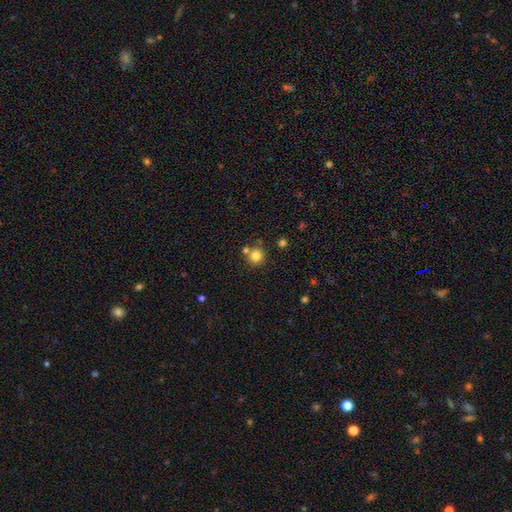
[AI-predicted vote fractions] Smooth or featured? smooth (80%)
How rounded? round (93%)
Merging? none (70%)